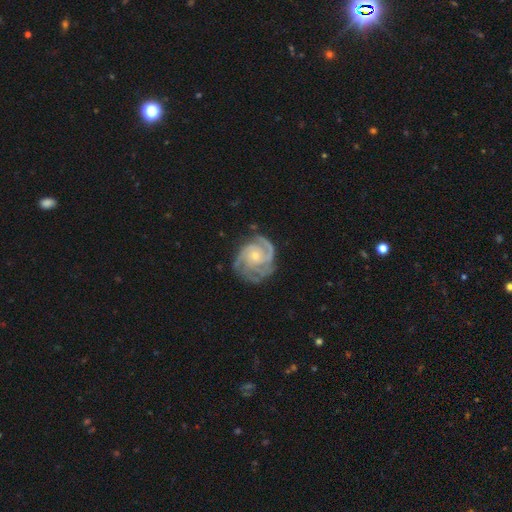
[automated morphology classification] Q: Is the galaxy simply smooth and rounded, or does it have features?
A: featured or disk — 91%.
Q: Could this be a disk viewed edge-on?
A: no — 98%.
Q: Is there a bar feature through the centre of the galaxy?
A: no — 75%.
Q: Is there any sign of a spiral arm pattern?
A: yes — 98%.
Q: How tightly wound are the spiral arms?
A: tight — 63%.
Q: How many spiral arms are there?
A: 3 — 42%.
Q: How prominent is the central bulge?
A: small — 63%.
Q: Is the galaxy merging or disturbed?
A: none — 71%.